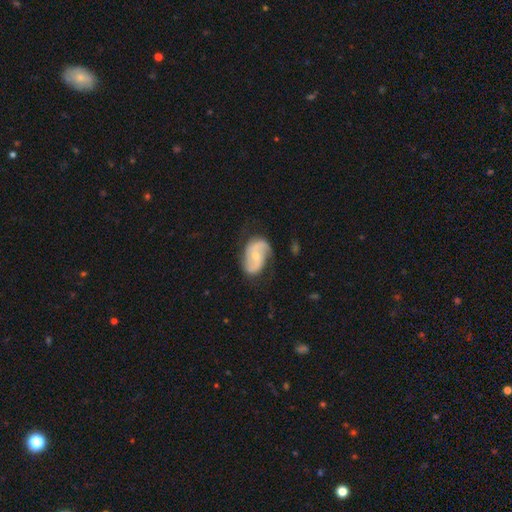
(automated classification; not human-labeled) Overall: featured or disk (76%). Edge-on disk: no (97%). Bar: no (48%; weak 39%). Spiral arms: yes (92%). Spiral arm count: 2 (86%). Spiral winding: medium (42%; loose 37%). Bulge size: small (50%; moderate 46%). Merging: none (69%).